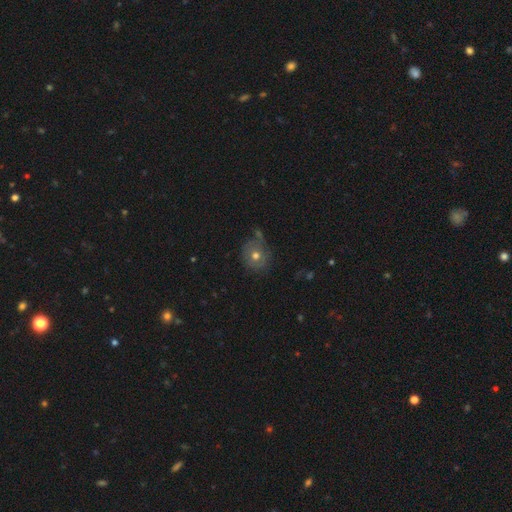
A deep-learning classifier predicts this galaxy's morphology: This is likely a smooth galaxy (62%). How rounded: clearly round (82%). Merging: likely none (62%).